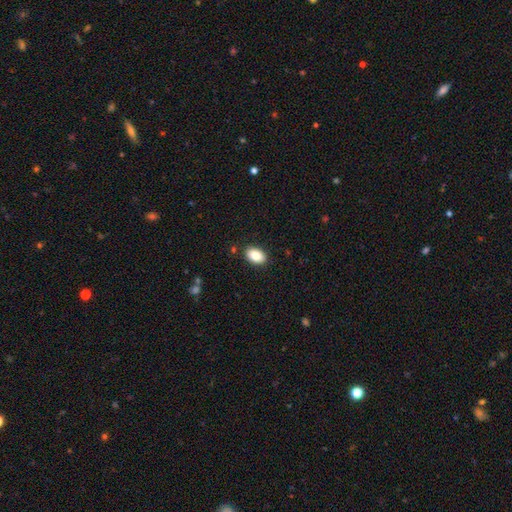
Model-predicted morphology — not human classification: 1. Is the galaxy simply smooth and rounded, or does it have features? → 82% smooth, 10% featured or disk, 7% star or artifact.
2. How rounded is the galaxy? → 88% in between, 11% round, 1% cigar-shaped.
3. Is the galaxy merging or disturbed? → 88% none, 8% minor disturbance, 2% major disturbance, 2% merger.